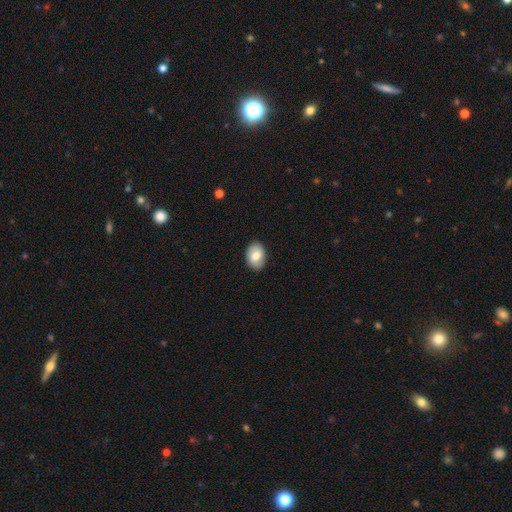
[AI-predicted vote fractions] A smooth galaxy with no disk features (74%) that is in between round and cigar-shaped (81%). Merging: none (87%).